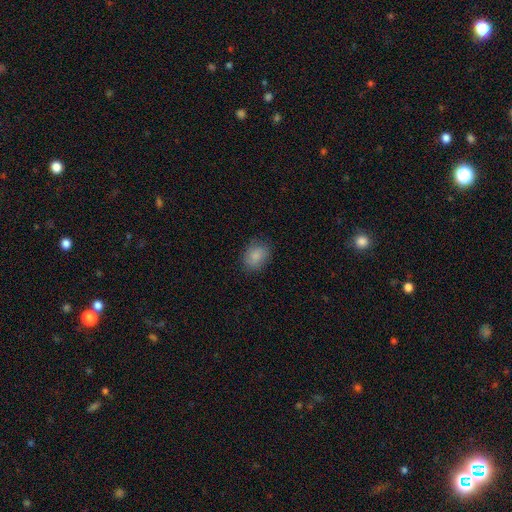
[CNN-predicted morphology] smooth 85%, star or artifact 8%, featured or disk 7%. Down the decision tree: how rounded — in between (65%); merging — none (80%).